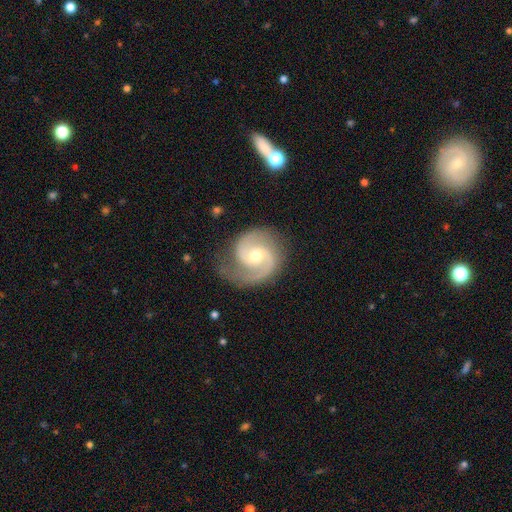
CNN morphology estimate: This appears to be a featured or disk galaxy (91%) with no bar (55%), 2 (91%) medium (58%) spiral arms (98%) and a moderate central bulge (54%). Merging: none (76%).